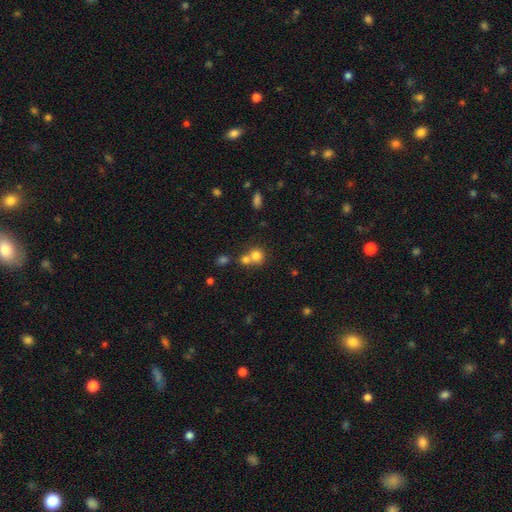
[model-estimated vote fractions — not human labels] Morphology: type=smooth (77%); roundness=round (86%); merging=merger (47%).